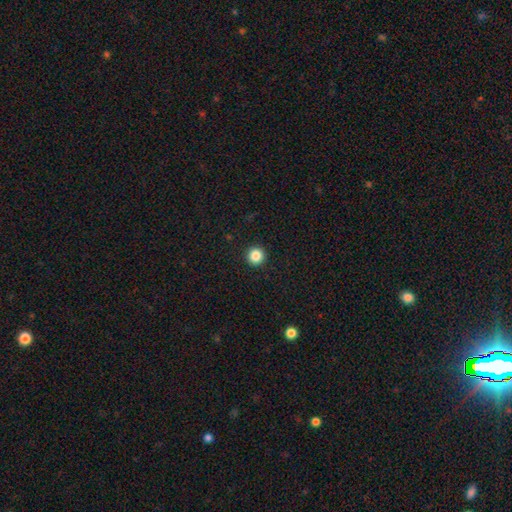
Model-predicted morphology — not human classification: A smooth galaxy with no disk features (86%) that is round (96%).

Vote fractions:
- Smooth or featured? smooth: 86% / star or artifact: 10% / featured or disk: 3%
- How rounded? round: 96% / in between: 3% / cigar-shaped: 1%
- Merging? none: 94% / minor disturbance: 4% / major disturbance: 1% / merger: 1%